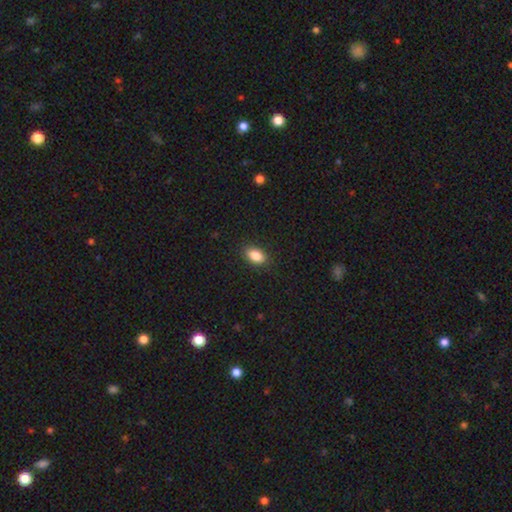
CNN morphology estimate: Smooth or featured? Predicted: smooth (p=0.86). How rounded? Predicted: in between (p=0.88). Merging? Predicted: none (p=0.88).